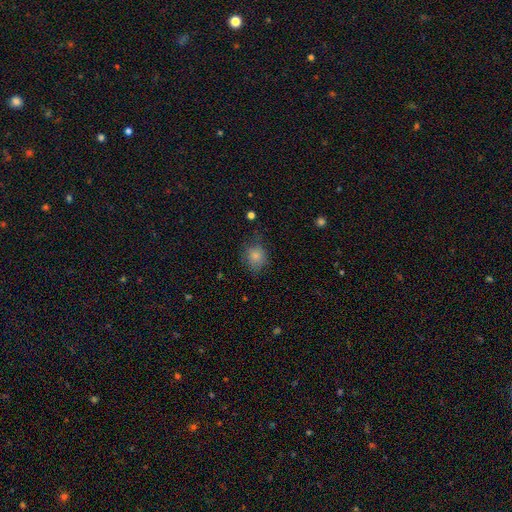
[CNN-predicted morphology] Smooth or featured: smooth — 80% (star or artifact — 11%)
How rounded: round — 62% (in between — 37%)
Merging: none — 63% (minor disturbance — 25%)